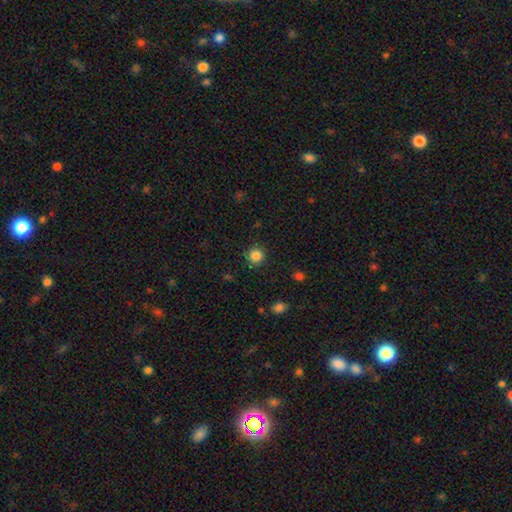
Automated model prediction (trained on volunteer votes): Morphology: type=smooth (84%); roundness=round (93%); merging=none (89%).